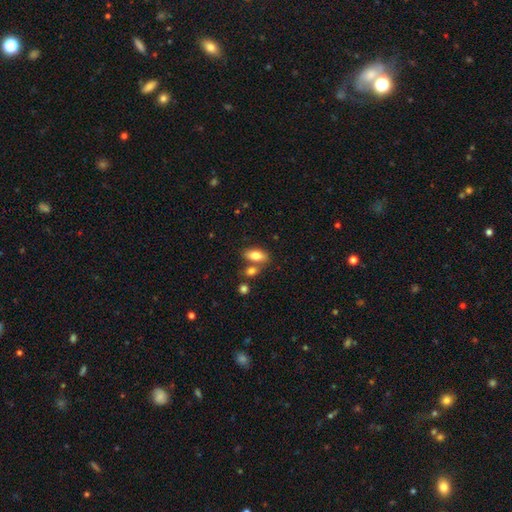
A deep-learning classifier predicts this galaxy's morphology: A smooth galaxy with no disk features (79%) that is in between round and cigar-shaped (88%). Merging: none (63%).